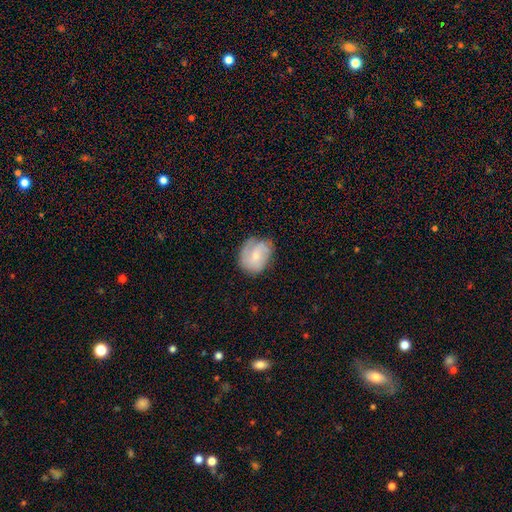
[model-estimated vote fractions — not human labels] Smooth or featured?
  - featured or disk: 47% *
  - smooth: 46%
  - star or artifact: 7%
Merging?
  - none: 59% *
  - minor disturbance: 28%
  - major disturbance: 11%
  - merger: 2%